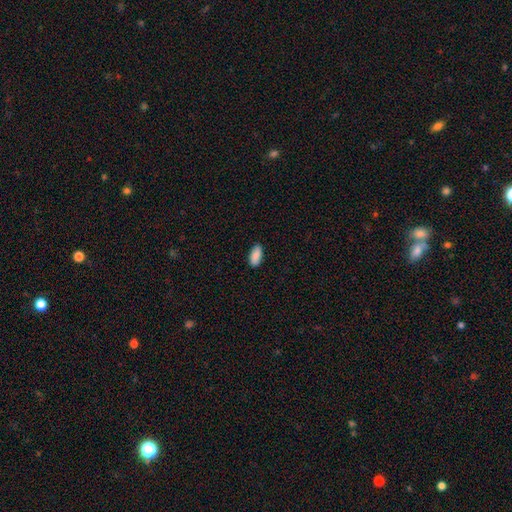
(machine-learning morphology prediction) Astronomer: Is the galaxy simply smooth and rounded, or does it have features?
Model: smooth — 90%.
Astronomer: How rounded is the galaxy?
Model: in between — 89%.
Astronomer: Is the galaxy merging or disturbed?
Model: none — 86%.